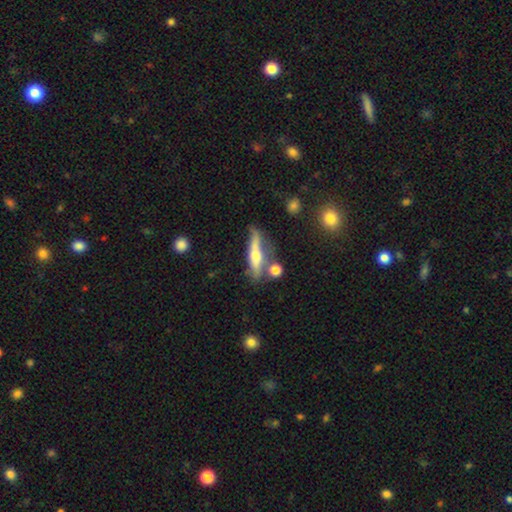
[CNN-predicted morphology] Q: Smooth or featured?
A: featured or disk (57%); runner-up: smooth (35%)
Q: Edge-on disk?
A: yes (88%); runner-up: no (12%)
Q: Edge-on bulge?
A: rounded (84%); runner-up: boxy (8%)
Q: Merging?
A: none (56%); runner-up: minor disturbance (22%)